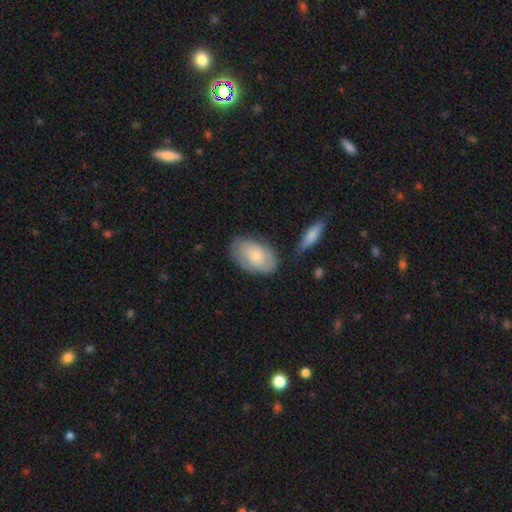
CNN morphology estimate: This appears to be a smooth galaxy with no disk features (66%) that is in between round and cigar-shaped (92%). Merging: none (68%).